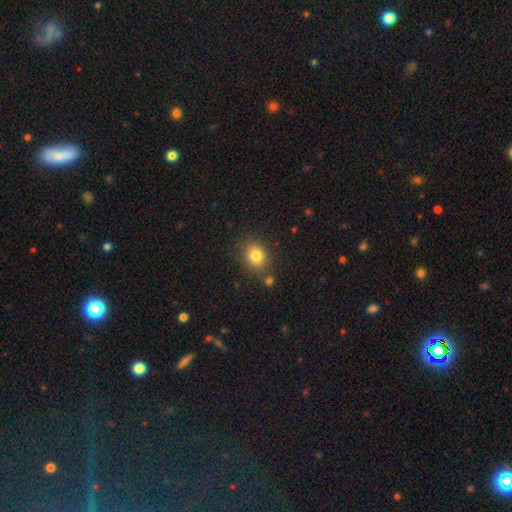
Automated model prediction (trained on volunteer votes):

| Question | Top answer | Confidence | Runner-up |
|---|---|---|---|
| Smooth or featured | smooth | 82% | star or artifact (11%) |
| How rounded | round | 66% | in between (33%) |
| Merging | none | 81% | minor disturbance (10%) |